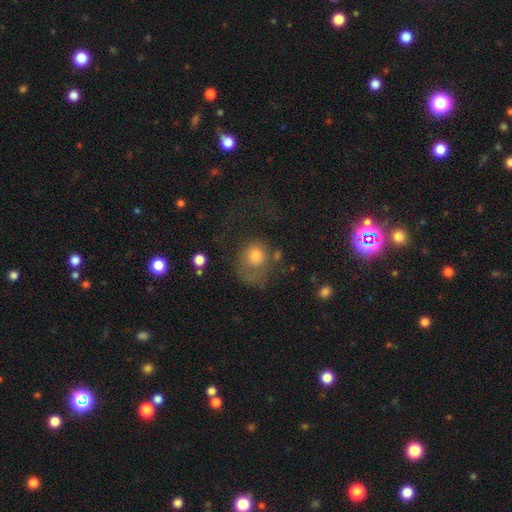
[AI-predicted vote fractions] Overall: smooth (64%). How rounded: round (67%; in between 32%). Merging: major disturbance (44%; none 32%).